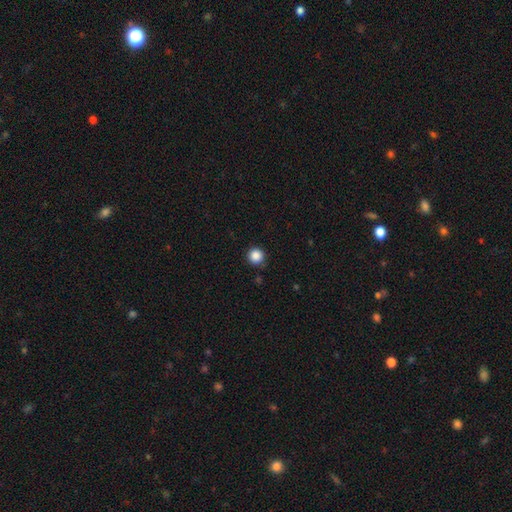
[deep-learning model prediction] The model was most divided on "smooth or featured": smooth: 87%, star or artifact: 10%, featured or disk: 3%. More confident: how rounded — round (96%); merging — none (90%).